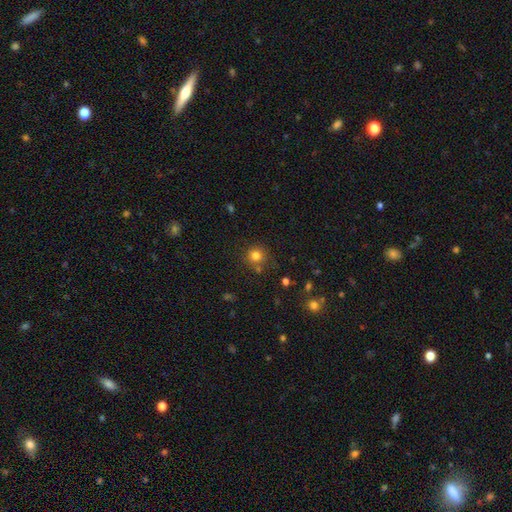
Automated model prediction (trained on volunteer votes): A smooth galaxy with no disk features (79%) that is round (93%).

Vote fractions:
- Smooth or featured? smooth: 79% / star or artifact: 14% / featured or disk: 7%
- How rounded? round: 93% / in between: 7% / cigar-shaped: 1%
- Merging? none: 78% / minor disturbance: 10% / merger: 9% / major disturbance: 3%